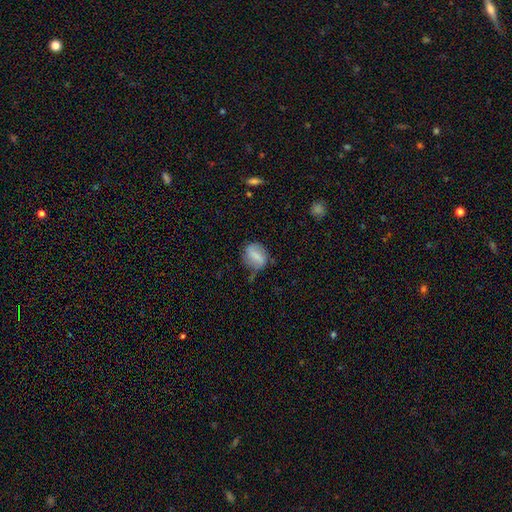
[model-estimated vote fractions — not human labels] Smooth or featured?
  - smooth: 60% *
  - featured or disk: 31%
  - star or artifact: 9%
How rounded?
  - in between: 50% *
  - round: 46%
  - cigar-shaped: 4%
Merging?
  - none: 62% *
  - minor disturbance: 25%
  - major disturbance: 9%
  - merger: 4%